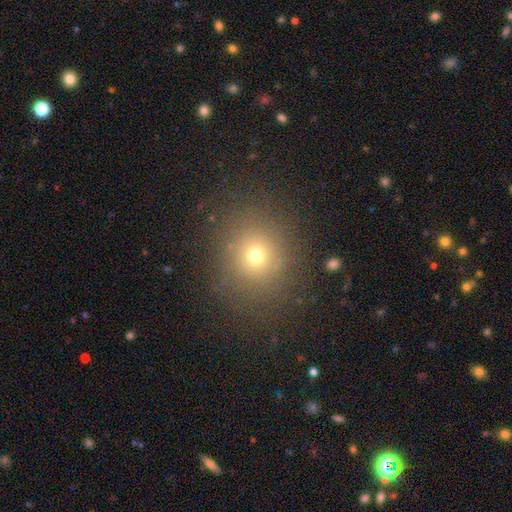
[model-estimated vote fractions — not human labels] Morphology: type=smooth (68%); roundness=round (81%); merging=none (84%).